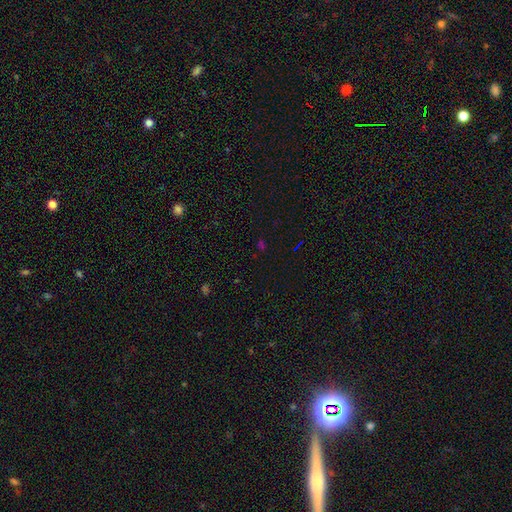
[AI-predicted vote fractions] The model was most divided on "smooth or featured": star or artifact: 61%, smooth: 32%, featured or disk: 7%.